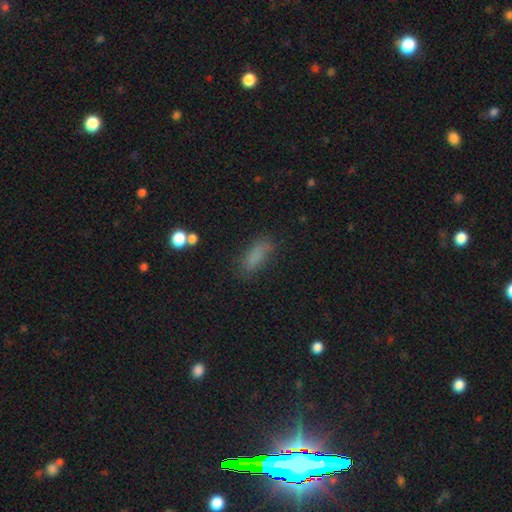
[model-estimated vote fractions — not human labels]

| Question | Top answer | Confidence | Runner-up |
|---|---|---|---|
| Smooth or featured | smooth | 78% | star or artifact (13%) |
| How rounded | in between | 65% | cigar-shaped (32%) |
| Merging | none | 71% | minor disturbance (19%) |